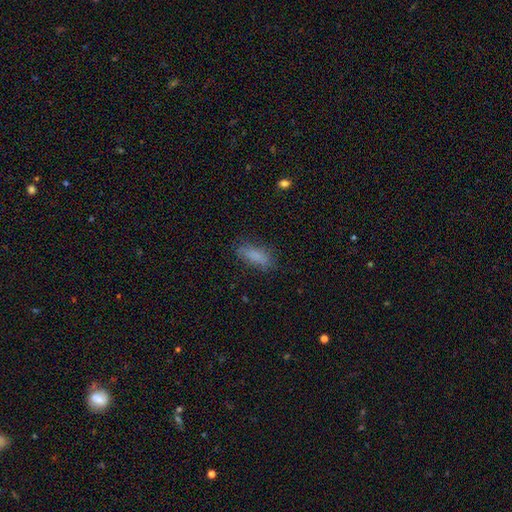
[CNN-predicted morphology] Smooth or featured: smooth — 81% (star or artifact — 9%)
How rounded: in between — 64% (cigar-shaped — 33%)
Merging: none — 74% (minor disturbance — 19%)